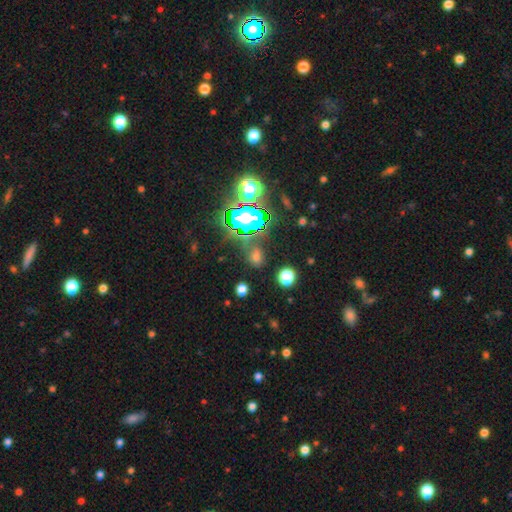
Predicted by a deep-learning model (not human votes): This is possibly a star or artifact rather than a galaxy (51%).